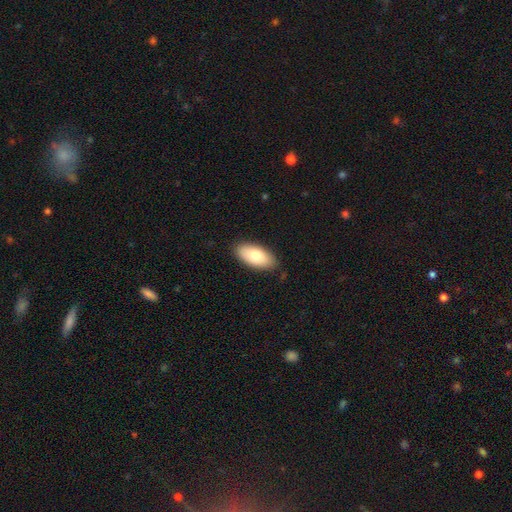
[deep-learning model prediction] smooth_or_featured: smooth (p=0.77) [alt: featured or disk p=0.17]
how_rounded: in between (p=0.93) [alt: cigar-shaped p=0.05]
merging: none (p=0.87) [alt: minor disturbance p=0.10]